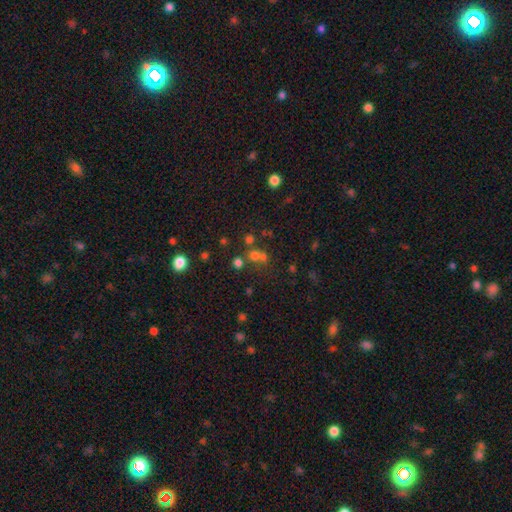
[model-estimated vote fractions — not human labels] Smooth or featured?
  - smooth: 57% *
  - star or artifact: 30%
  - featured or disk: 12%
How rounded?
  - round: 85% *
  - in between: 14%
  - cigar-shaped: 1%
Merging?
  - none: 55% *
  - merger: 33%
  - minor disturbance: 8%
  - major disturbance: 5%